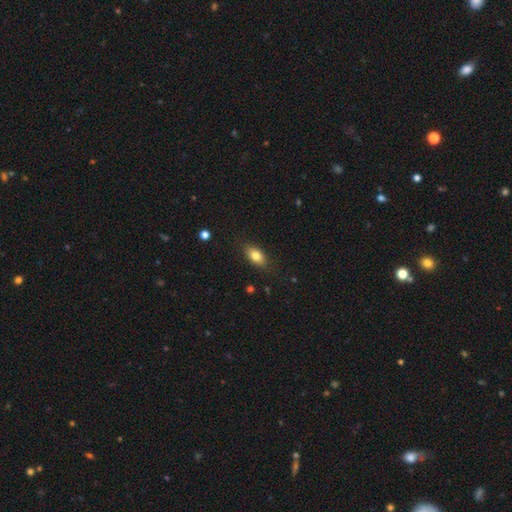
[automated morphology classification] Smooth or featured? smooth (79%)
How rounded? in between (86%)
Merging? none (84%)